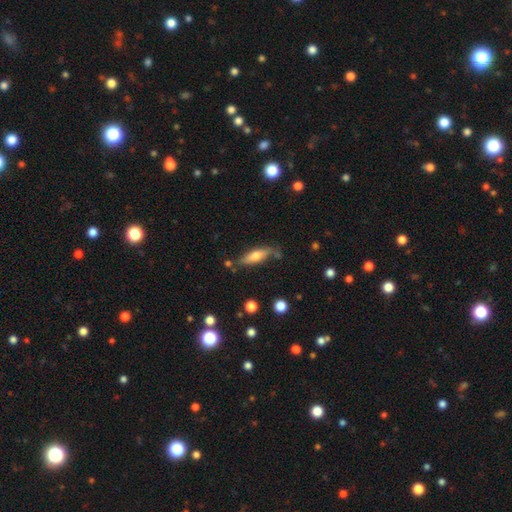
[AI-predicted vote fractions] smooth 63%, featured or disk 31%, star or artifact 7%. Down the decision tree: how rounded — cigar-shaped (53%); merging — none (68%).